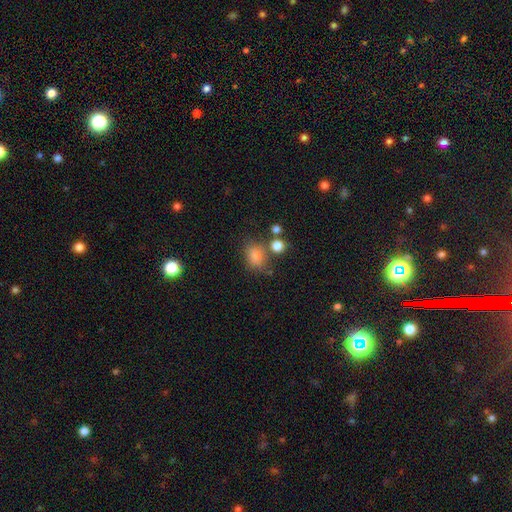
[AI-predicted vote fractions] Smooth or featured? Predicted: smooth (p=0.80). How rounded? Predicted: in between (p=0.55). Merging? Predicted: none (p=0.61).